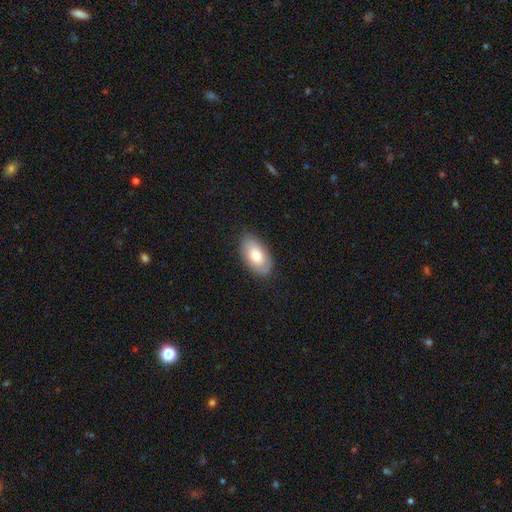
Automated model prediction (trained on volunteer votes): smooth 69%, featured or disk 25%, star or artifact 6%. Down the decision tree: how rounded — in between (94%); merging — none (83%).